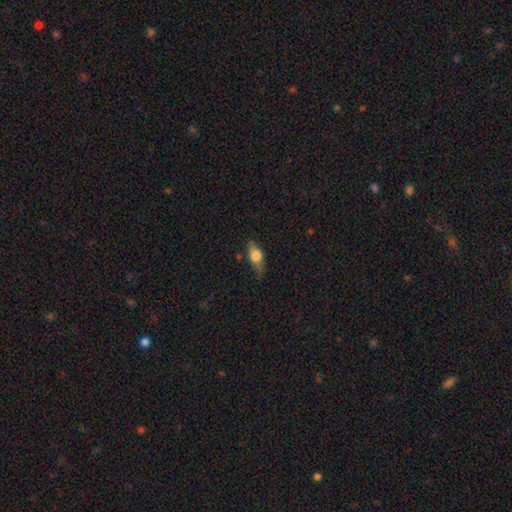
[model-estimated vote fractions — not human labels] Smooth or featured? smooth (67%)
How rounded? in between (74%)
Merging? none (66%)